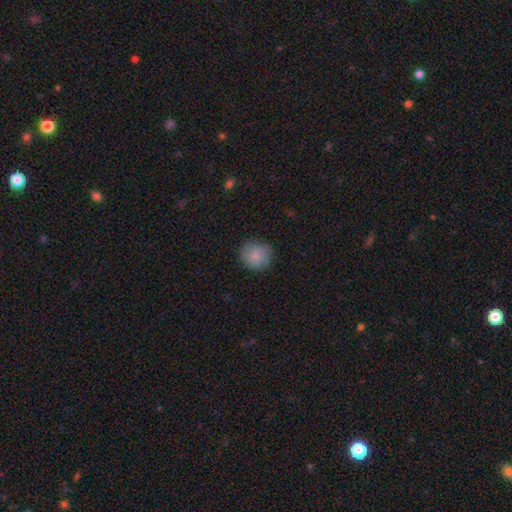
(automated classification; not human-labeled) Smooth or featured: smooth — 84% (featured or disk — 9%)
How rounded: round — 88% (in between — 11%)
Merging: none — 79% (minor disturbance — 16%)